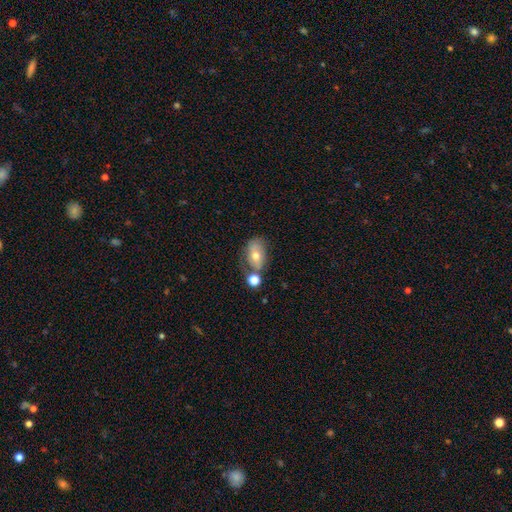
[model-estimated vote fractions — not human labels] A smooth galaxy with no disk features (63%) that is in between round and cigar-shaped (80%). Merging: none (47%).